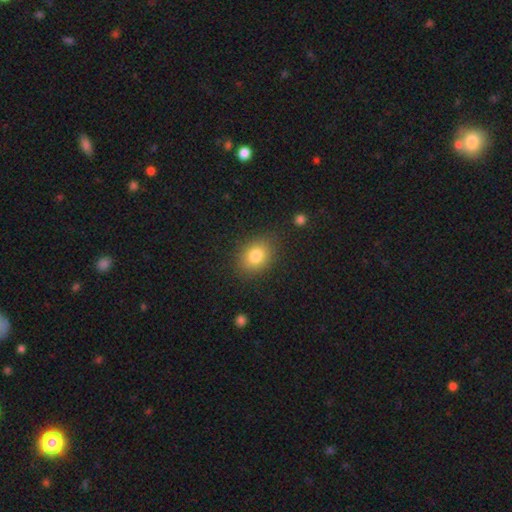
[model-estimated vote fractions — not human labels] This is clearly a smooth galaxy (81%). How rounded: possibly in between (59%). Merging: clearly none (83%).